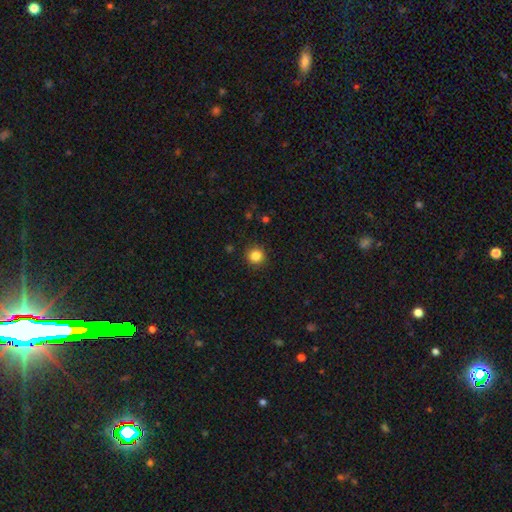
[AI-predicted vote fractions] This is clearly a smooth galaxy (85%). How rounded: clearly round (93%). Merging: clearly none (91%).